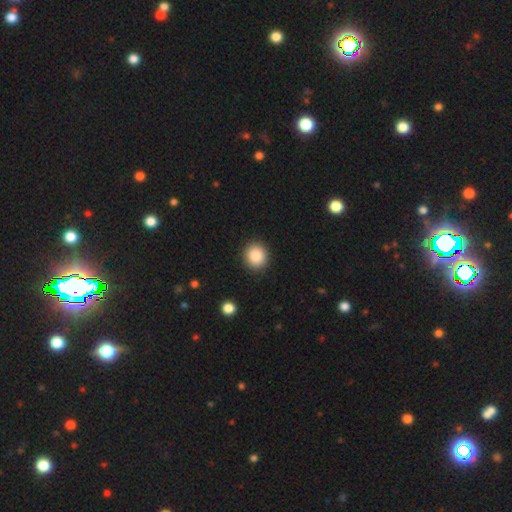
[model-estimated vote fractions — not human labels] This appears to be a smooth galaxy with no disk features (86%) that is round (88%). Merging: none (91%).